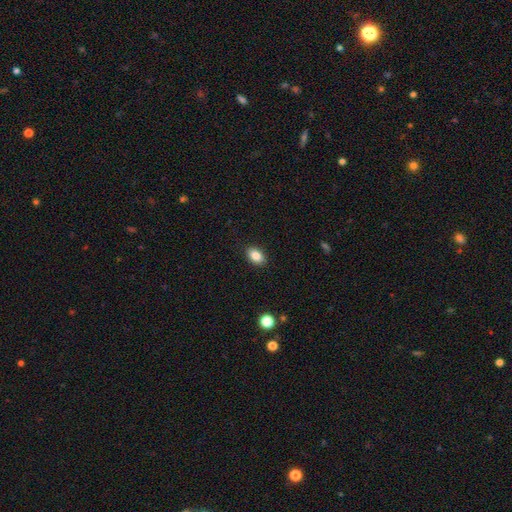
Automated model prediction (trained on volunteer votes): Smooth or featured? Predicted: smooth (p=0.85). How rounded? Predicted: in between (p=0.85). Merging? Predicted: none (p=0.89).